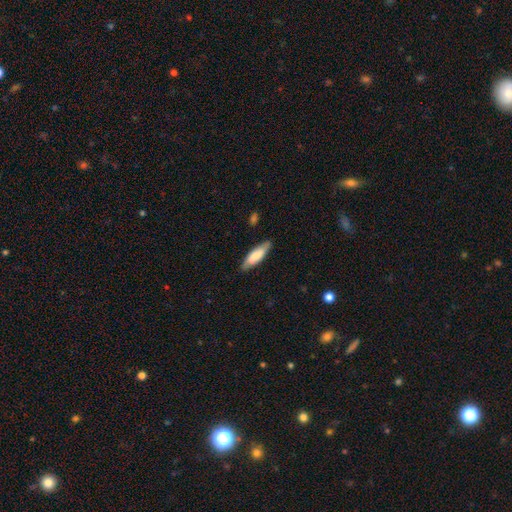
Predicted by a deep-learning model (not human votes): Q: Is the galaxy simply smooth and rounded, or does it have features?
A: smooth — 72%.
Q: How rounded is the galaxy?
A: cigar-shaped — 51%.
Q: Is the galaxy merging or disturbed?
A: none — 82%.